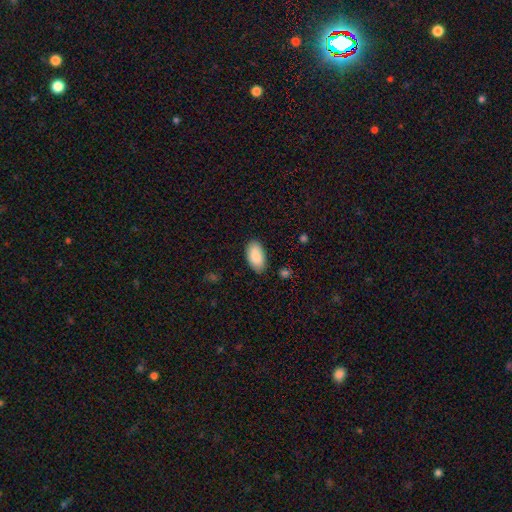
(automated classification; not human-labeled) smooth-or-featured: smooth: 87% | featured or disk: 7% | star or artifact: 6%
  how-rounded: in between: 96% | round: 3% | cigar-shaped: 2%
  merging: none: 85% | minor disturbance: 12% | major disturbance: 2% | merger: 1%